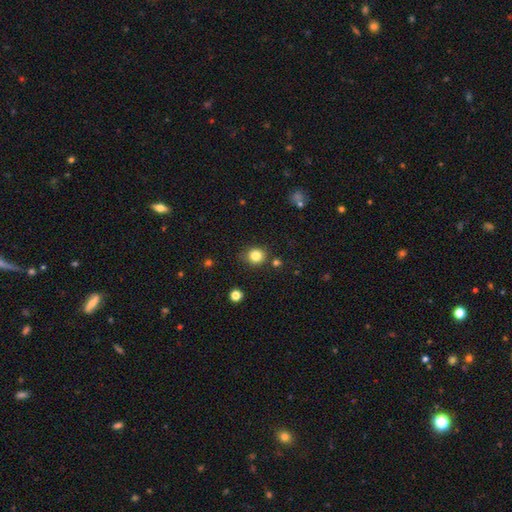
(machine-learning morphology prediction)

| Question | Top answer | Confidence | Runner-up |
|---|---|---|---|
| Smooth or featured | smooth | 82% | star or artifact (13%) |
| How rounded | round | 83% | in between (16%) |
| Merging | none | 82% | minor disturbance (11%) |